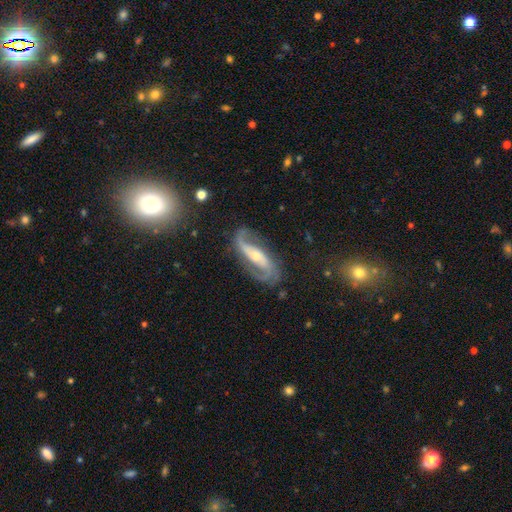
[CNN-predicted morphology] type=featured or disk (88%); edge-on=no (93%); bar=strong (37%); spiral arms=yes (96%); winding=loose (46%); arm count=2 (91%); bulge=small (54%); merging=none (74%).